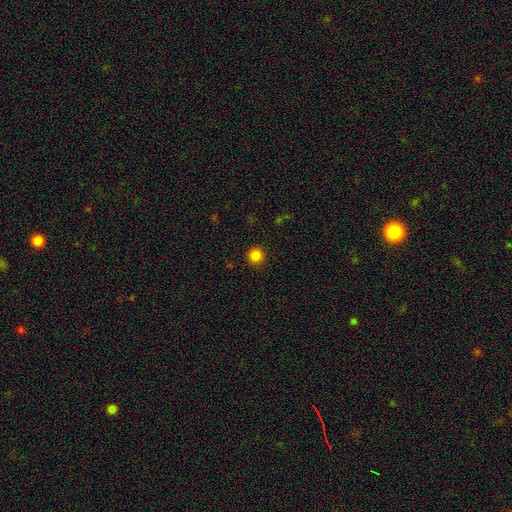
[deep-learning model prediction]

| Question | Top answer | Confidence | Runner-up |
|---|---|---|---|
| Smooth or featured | smooth | 84% | star or artifact (13%) |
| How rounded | round | 95% | in between (4%) |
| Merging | none | 92% | minor disturbance (5%) |